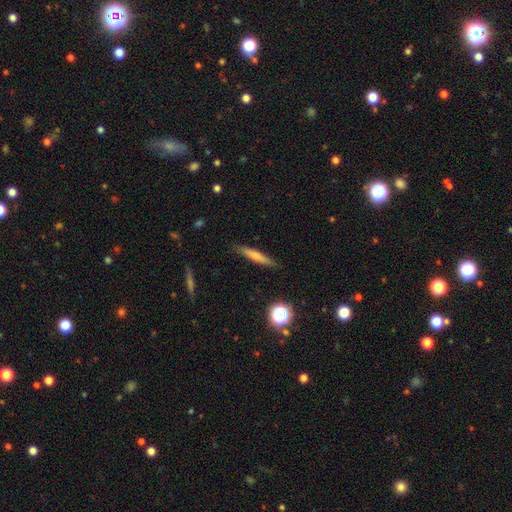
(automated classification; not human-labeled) This is likely a smooth galaxy (63%). How rounded: clearly cigar-shaped (90%). Merging: clearly none (87%).